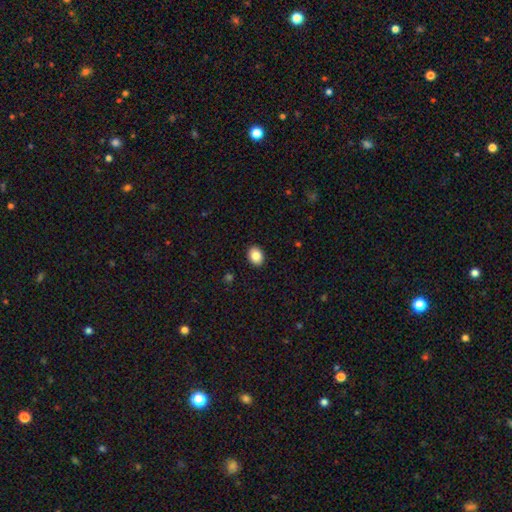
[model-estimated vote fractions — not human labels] Smooth or featured: smooth — 86% (star or artifact — 8%)
How rounded: in between — 61% (round — 38%)
Merging: none — 91% (minor disturbance — 6%)